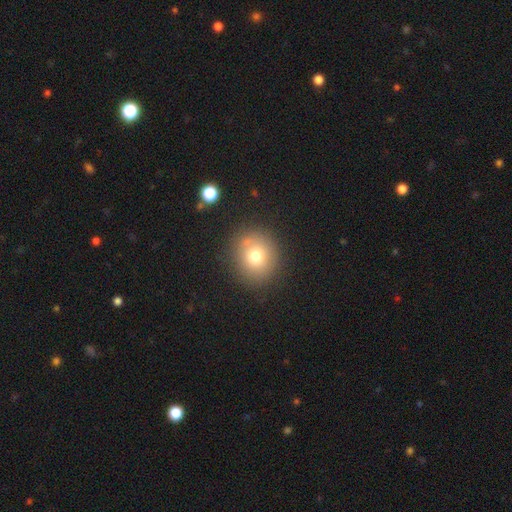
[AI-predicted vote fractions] smooth 73%, featured or disk 13%, star or artifact 13%. Down the decision tree: how rounded — round (83%); merging — none (82%).